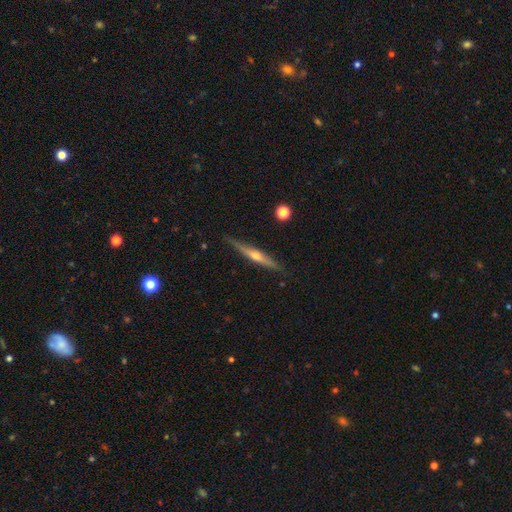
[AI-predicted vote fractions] Smooth or featured? featured or disk (70%)
Edge-on disk? yes (97%)
Edge-on bulge? rounded (87%)
Merging? none (86%)